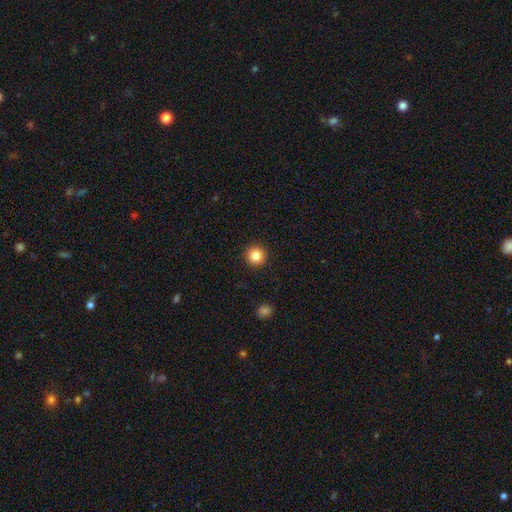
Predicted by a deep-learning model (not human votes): Smooth or featured? smooth (85%)
How rounded? round (96%)
Merging? none (93%)